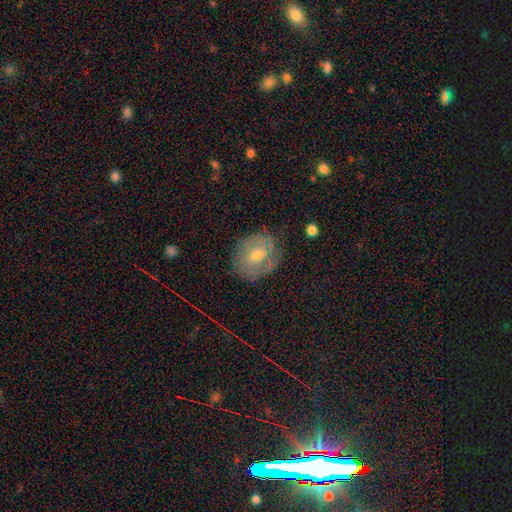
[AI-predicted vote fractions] Q: Smooth or featured?
A: featured or disk (52%); runner-up: smooth (38%)
Q: Edge-on disk?
A: no (95%); runner-up: yes (5%)
Q: Merging?
A: none (73%); runner-up: minor disturbance (19%)